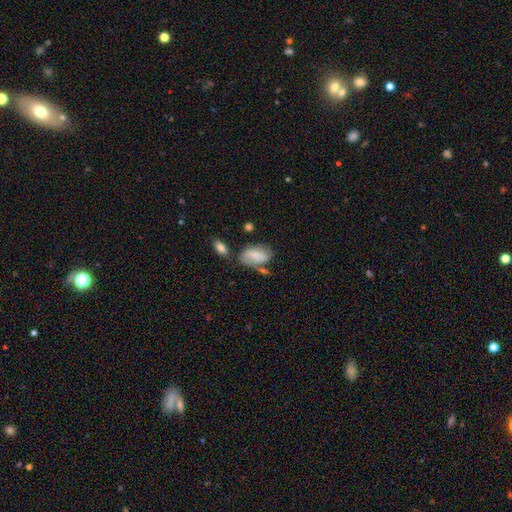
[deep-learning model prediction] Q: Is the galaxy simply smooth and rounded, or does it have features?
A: smooth — 71%.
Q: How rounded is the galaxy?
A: in between — 92%.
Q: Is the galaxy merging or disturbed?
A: none — 50%.